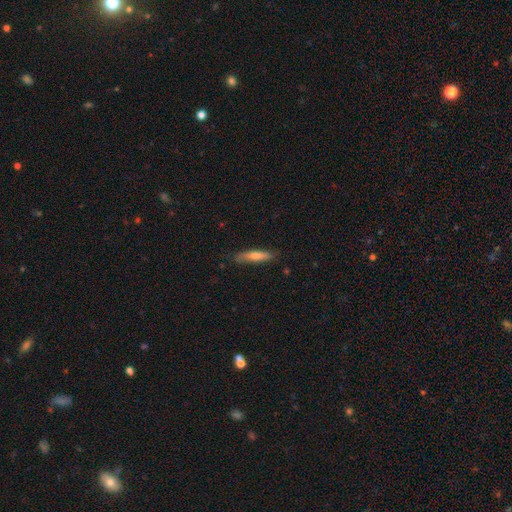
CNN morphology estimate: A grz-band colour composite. It shows a smooth galaxy with no disk features (65%) that is cigar-shaped (86%). Merging: none (81%).